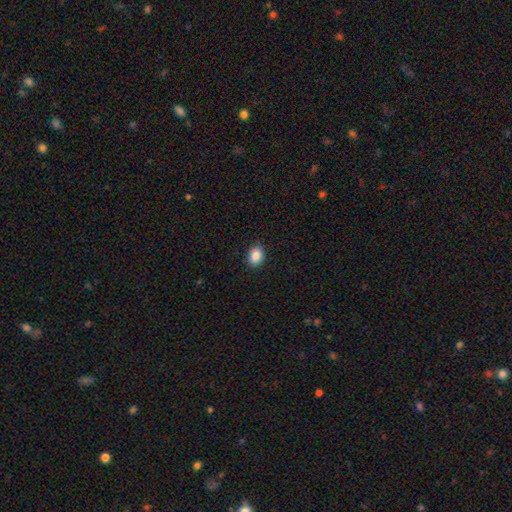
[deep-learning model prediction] smooth 86%, star or artifact 9%, featured or disk 6%. Down the decision tree: how rounded — in between (62%); merging — none (90%).